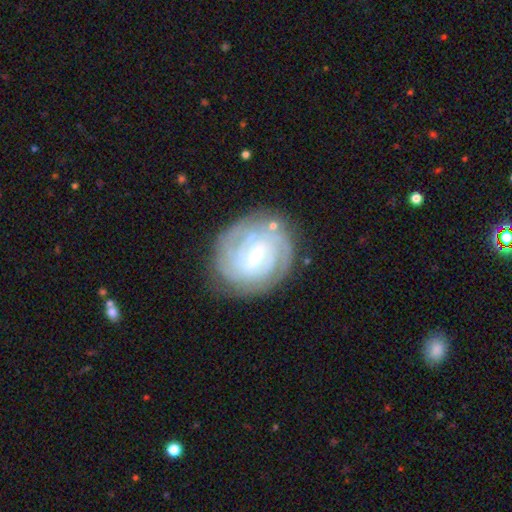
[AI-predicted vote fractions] The model was most divided on "spiral arm count": can't tell: 29%, 4: 24%, 3: 21%, 2: 15%, more than 4: 7%, 1: 5%. More confident: edge-on disk — no (97%); spiral arms — yes (96%); smooth or featured — featured or disk (85%); merging — none (81%); spiral winding — tight (78%); bulge size — small (71%); bar — weak (54%).